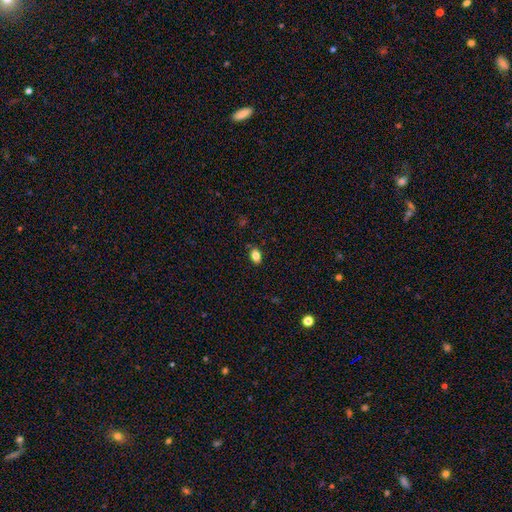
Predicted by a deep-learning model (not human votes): Morphology: type=smooth (83%); roundness=in between (81%); merging=none (87%).